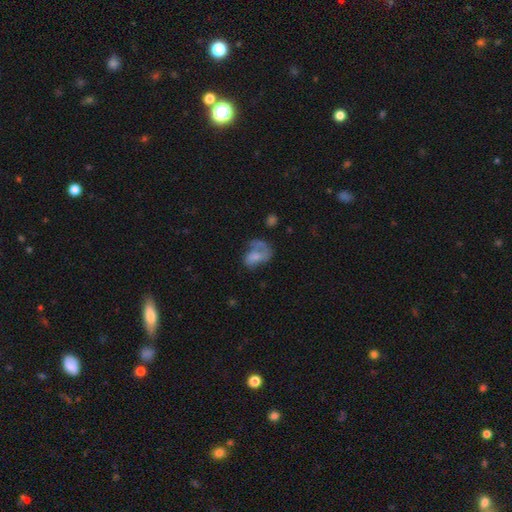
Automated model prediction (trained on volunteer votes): Smooth or featured? Predicted: featured or disk (p=0.45, tied with smooth). Merging? Predicted: major disturbance (p=0.42).